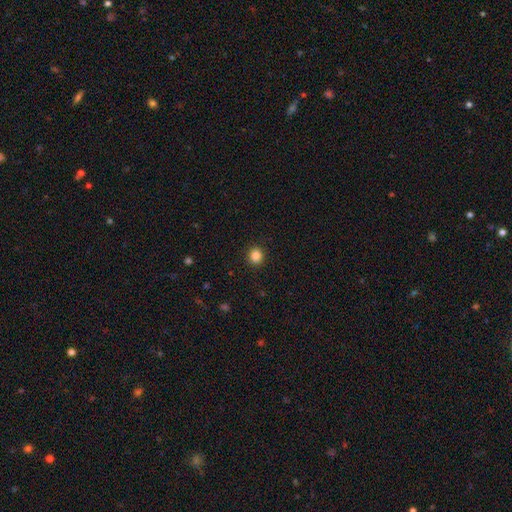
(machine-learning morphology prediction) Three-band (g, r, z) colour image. It shows a smooth galaxy with no disk features (85%) that is round (88%). Merging: none (92%).